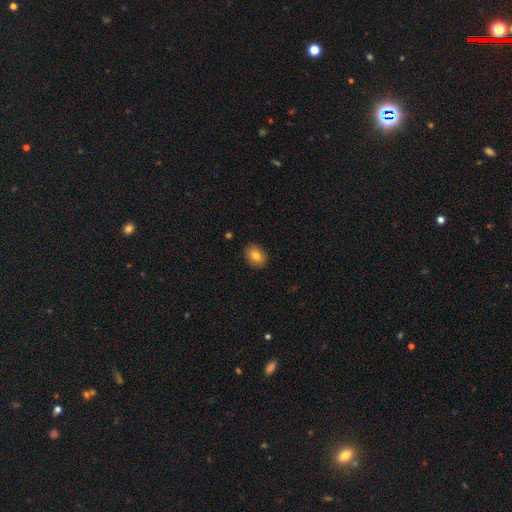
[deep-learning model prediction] Smooth or featured? Predicted: smooth (p=0.78). How rounded? Predicted: in between (p=0.67). Merging? Predicted: none (p=0.88).